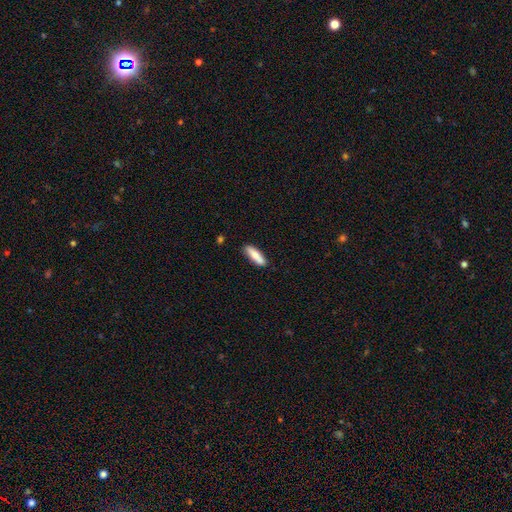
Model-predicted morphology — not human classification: Q: Smooth or featured?
A: smooth (78%); runner-up: featured or disk (16%)
Q: How rounded?
A: cigar-shaped (59%); runner-up: in between (39%)
Q: Merging?
A: none (82%); runner-up: minor disturbance (13%)